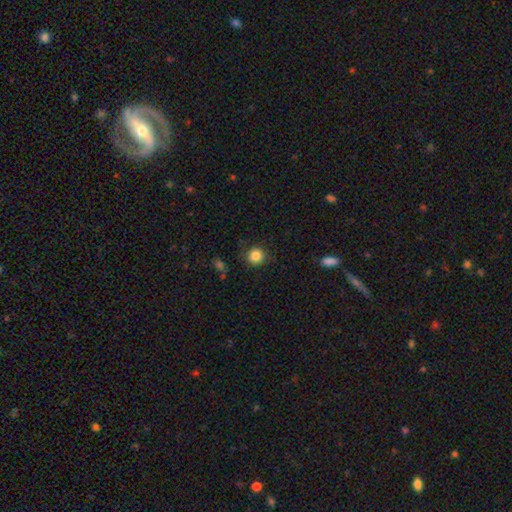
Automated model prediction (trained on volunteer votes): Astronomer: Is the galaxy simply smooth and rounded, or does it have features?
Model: smooth — 85%.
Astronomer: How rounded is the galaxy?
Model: round — 92%.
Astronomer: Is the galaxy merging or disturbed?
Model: none — 86%.